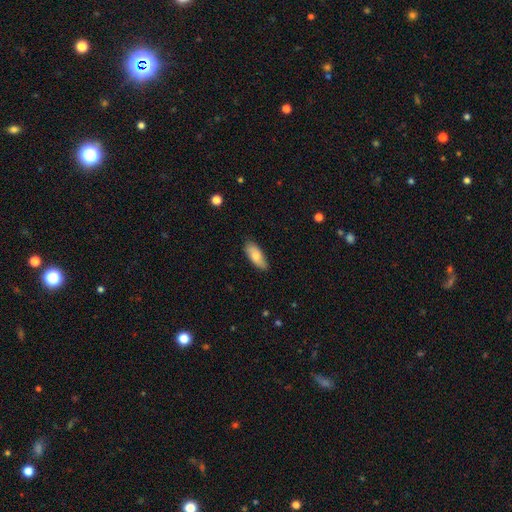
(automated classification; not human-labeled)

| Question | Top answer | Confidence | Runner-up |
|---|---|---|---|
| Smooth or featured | smooth | 76% | featured or disk (18%) |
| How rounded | in between | 80% | cigar-shaped (17%) |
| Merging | none | 84% | minor disturbance (13%) |